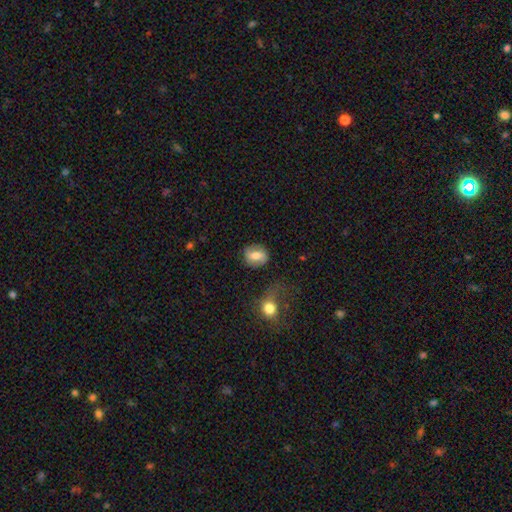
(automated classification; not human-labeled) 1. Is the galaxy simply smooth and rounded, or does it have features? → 51% smooth, 41% featured or disk, 8% star or artifact.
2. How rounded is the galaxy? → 55% round, 43% in between, 2% cigar-shaped.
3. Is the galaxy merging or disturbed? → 77% none, 15% minor disturbance, 6% major disturbance, 3% merger.